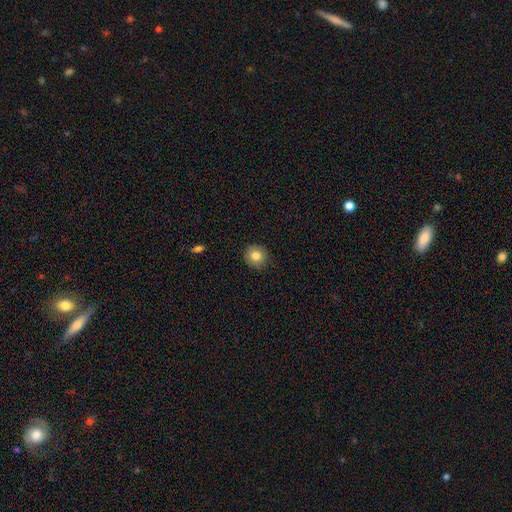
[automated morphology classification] Smooth or featured? smooth (82%)
How rounded? round (91%)
Merging? none (89%)